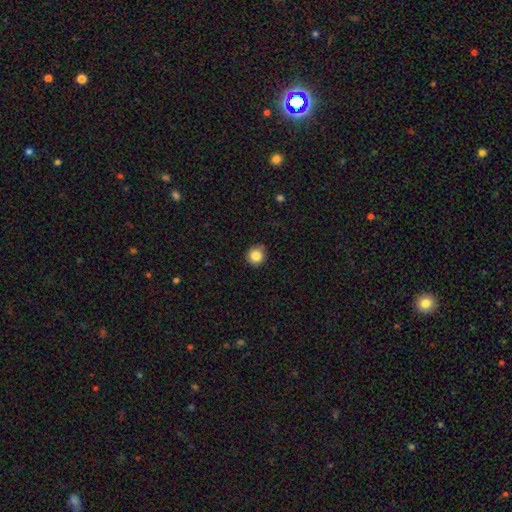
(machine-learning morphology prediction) This is clearly a smooth galaxy (85%). How rounded: clearly round (92%). Merging: clearly none (87%).